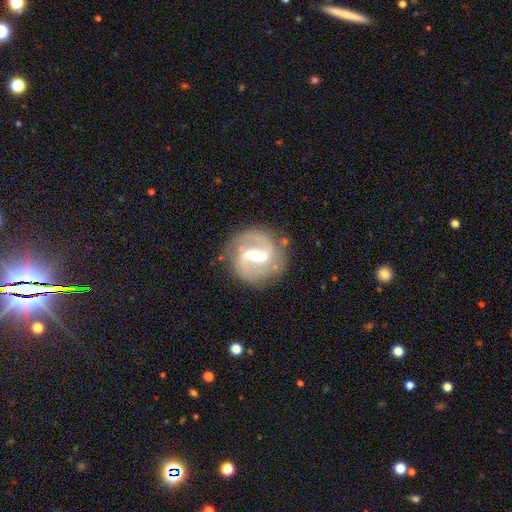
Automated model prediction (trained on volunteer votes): The model was most divided on "bar": strong: 45%, weak: 44%, no: 11%. More confident: edge-on disk — no (97%); spiral arms — yes (95%); spiral arm count — 2 (91%); smooth or featured — featured or disk (88%); merging — none (81%); spiral winding — medium (55%); bulge size — moderate (53%).